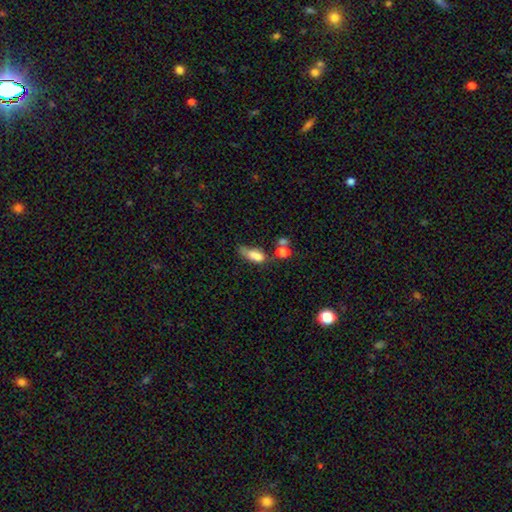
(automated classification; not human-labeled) This appears to be a smooth galaxy with no disk features (73%) that is in between round and cigar-shaped (70%). Merging: none (27%).